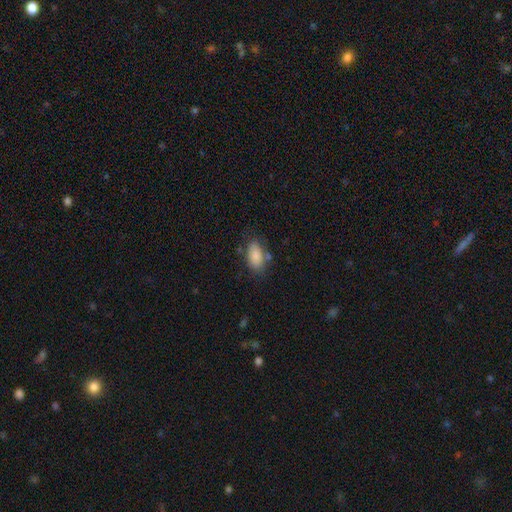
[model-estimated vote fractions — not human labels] Smooth or featured? Predicted: smooth (p=0.86). How rounded? Predicted: in between (p=0.92). Merging? Predicted: none (p=0.69).